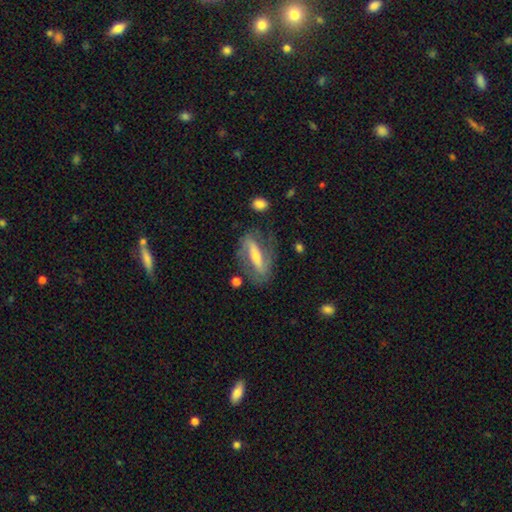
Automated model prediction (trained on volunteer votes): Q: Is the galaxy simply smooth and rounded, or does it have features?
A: featured or disk — 72%.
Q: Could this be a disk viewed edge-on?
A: no — 72%.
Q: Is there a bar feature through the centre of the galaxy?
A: strong — 65%.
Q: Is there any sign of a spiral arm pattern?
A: yes — 77%.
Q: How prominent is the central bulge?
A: moderate — 49%.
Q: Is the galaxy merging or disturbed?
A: none — 70%.